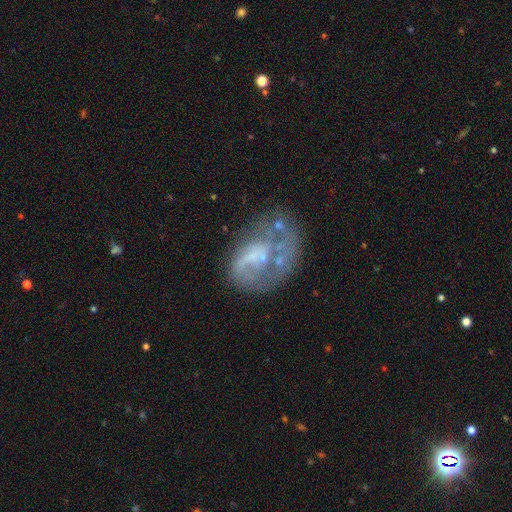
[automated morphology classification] featured or disk 63%, smooth 26%, star or artifact 10%. Down the decision tree: edge-on disk — no (98%); bar — no (76%); spiral arms — no (56%); bulge size — none (54%); merging — none (37%).